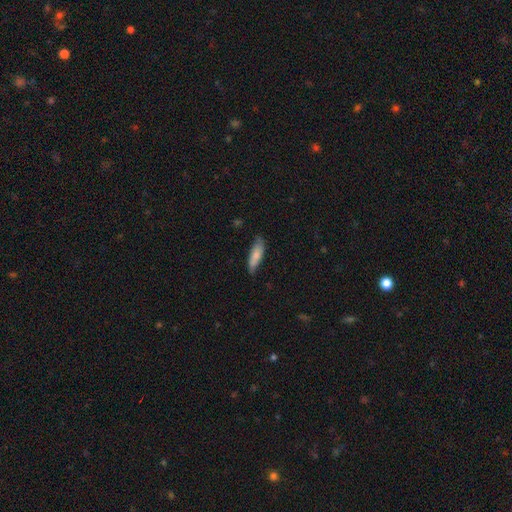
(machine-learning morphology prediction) Q: Smooth or featured?
A: smooth (76%); runner-up: featured or disk (19%)
Q: How rounded?
A: cigar-shaped (53%); runner-up: in between (45%)
Q: Merging?
A: none (71%); runner-up: minor disturbance (24%)